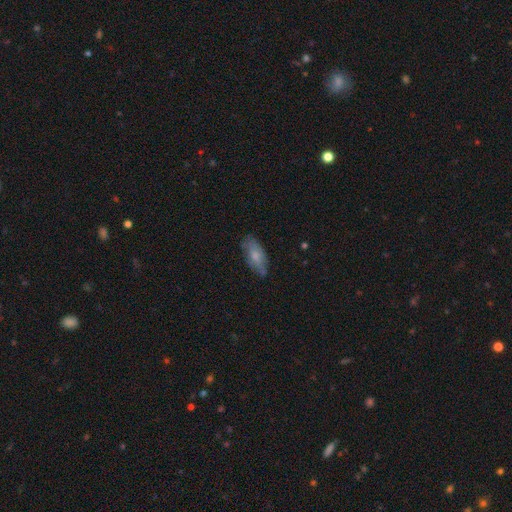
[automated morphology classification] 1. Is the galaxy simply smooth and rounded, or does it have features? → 66% smooth, 27% featured or disk, 6% star or artifact.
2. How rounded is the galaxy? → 82% in between, 15% cigar-shaped, 2% round.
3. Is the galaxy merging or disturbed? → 67% none, 26% minor disturbance, 5% major disturbance, 2% merger.